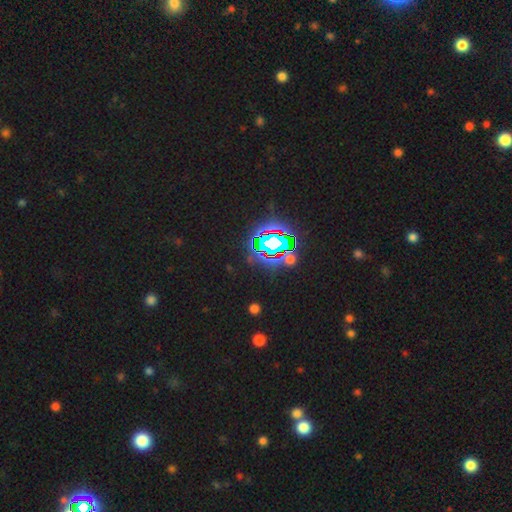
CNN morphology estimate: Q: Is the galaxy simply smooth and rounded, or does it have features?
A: star or artifact — 84%.